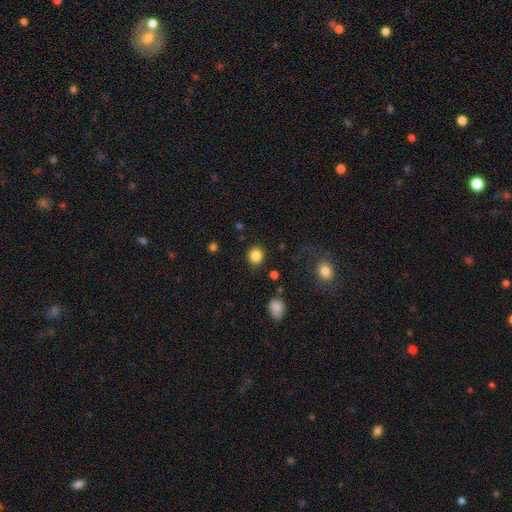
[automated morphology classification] Smooth or featured: smooth — 85% (star or artifact — 10%)
How rounded: round — 80% (in between — 19%)
Merging: none — 87% (minor disturbance — 8%)